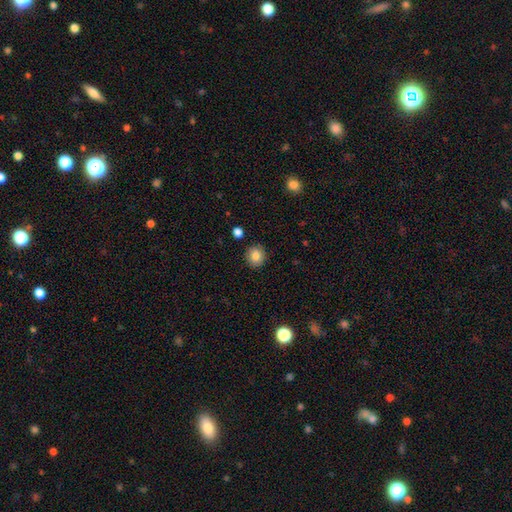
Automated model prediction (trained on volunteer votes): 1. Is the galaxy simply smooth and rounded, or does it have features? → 83% smooth, 9% star or artifact, 7% featured or disk.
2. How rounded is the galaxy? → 82% round, 17% in between, 1% cigar-shaped.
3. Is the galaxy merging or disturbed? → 89% none, 7% minor disturbance, 2% major disturbance, 2% merger.